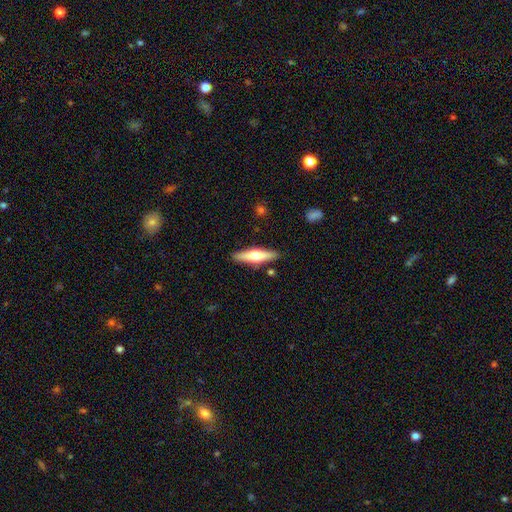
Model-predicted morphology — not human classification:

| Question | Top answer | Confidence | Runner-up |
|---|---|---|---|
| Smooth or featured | featured or disk | 56% | smooth (39%) |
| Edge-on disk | yes | 95% | no (5%) |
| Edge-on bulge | rounded | 94% | boxy (4%) |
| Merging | none | 88% | minor disturbance (8%) |